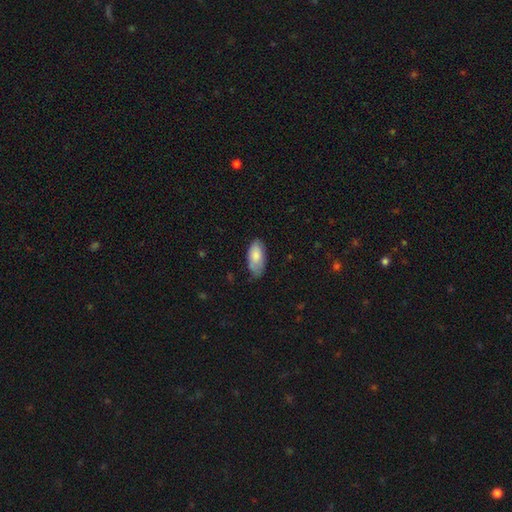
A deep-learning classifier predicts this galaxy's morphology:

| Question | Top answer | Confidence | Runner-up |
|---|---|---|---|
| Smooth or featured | smooth | 82% | featured or disk (12%) |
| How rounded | in between | 91% | cigar-shaped (7%) |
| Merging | none | 68% | minor disturbance (26%) |